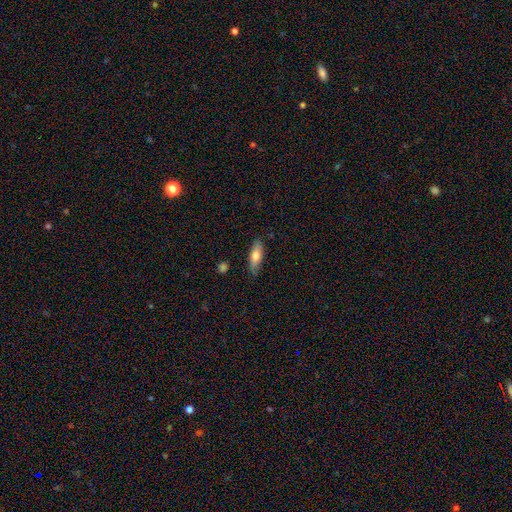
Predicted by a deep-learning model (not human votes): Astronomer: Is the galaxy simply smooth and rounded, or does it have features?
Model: smooth — 70%.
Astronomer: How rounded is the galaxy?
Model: in between — 60% (runner-up: cigar-shaped, 38%).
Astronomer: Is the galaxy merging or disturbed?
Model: none — 81%.